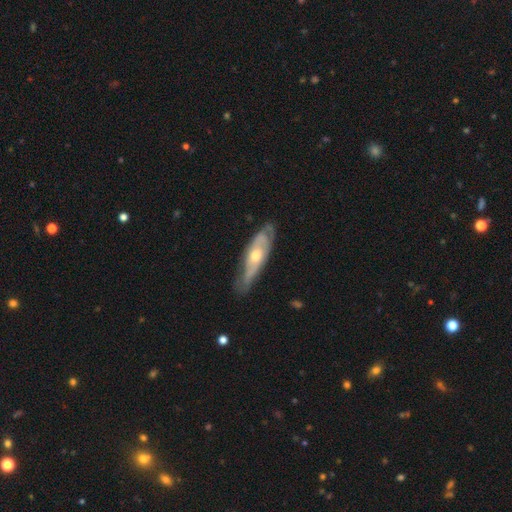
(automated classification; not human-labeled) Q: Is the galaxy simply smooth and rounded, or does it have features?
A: featured or disk — 68%.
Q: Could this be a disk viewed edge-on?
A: no — 63%.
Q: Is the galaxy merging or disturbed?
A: none — 67%.